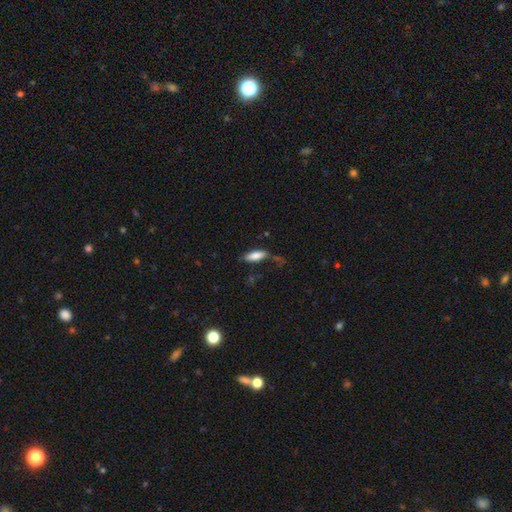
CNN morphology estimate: Smooth or featured? Predicted: smooth (p=0.79). How rounded? Predicted: in between (p=0.65). Merging? Predicted: none (p=0.66).